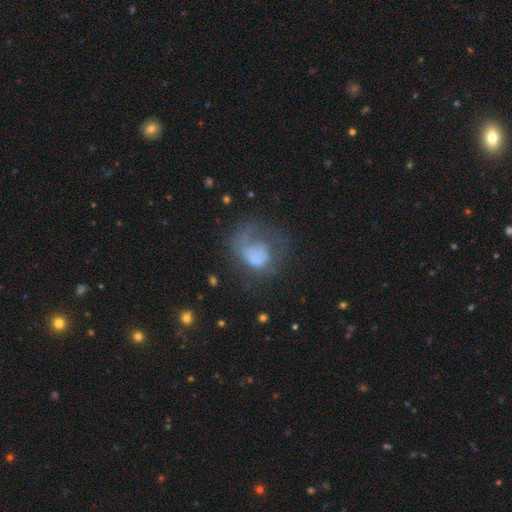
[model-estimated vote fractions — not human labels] Smooth or featured? Predicted: smooth (p=0.48). Merging? Predicted: major disturbance (p=0.55).